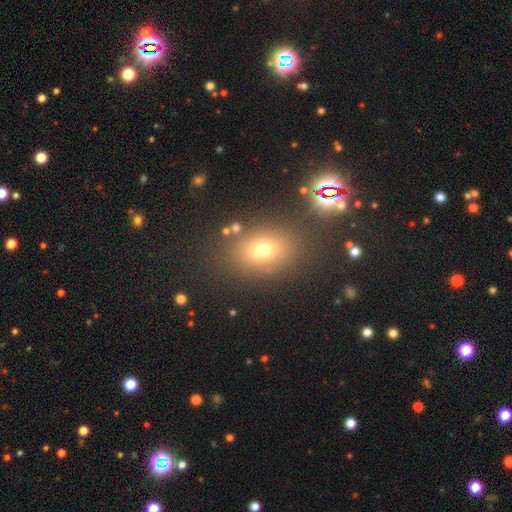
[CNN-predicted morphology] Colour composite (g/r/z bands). It shows a smooth galaxy with no disk features (60%) that is in between round and cigar-shaped (68%). Merging: none (82%).